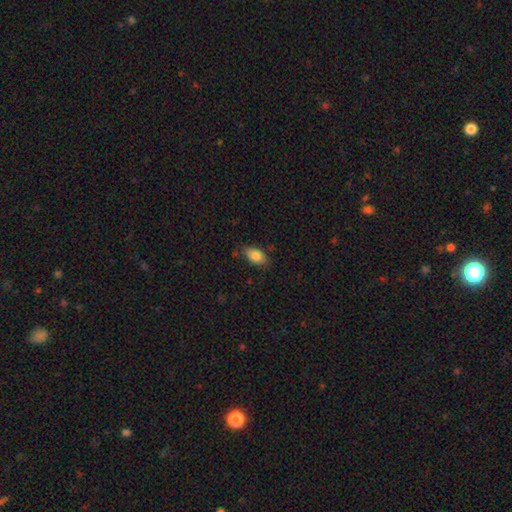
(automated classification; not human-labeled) Smooth or featured? smooth (82%)
How rounded? in between (91%)
Merging? none (75%)